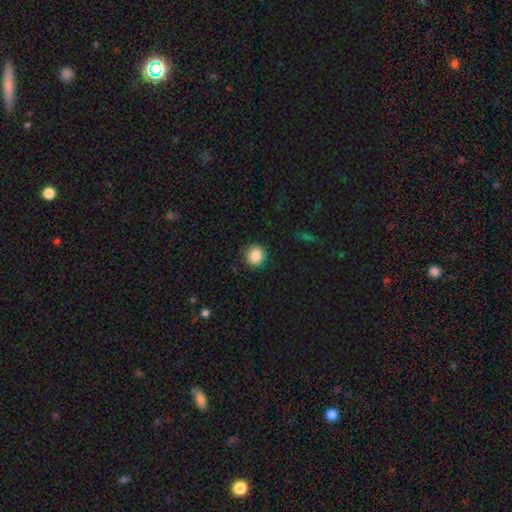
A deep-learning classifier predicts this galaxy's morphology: A smooth galaxy with no disk features (86%) that is round (92%).

Vote fractions:
- Smooth or featured? smooth: 86% / star or artifact: 9% / featured or disk: 5%
- How rounded? round: 92% / in between: 7% / cigar-shaped: 1%
- Merging? none: 89% / minor disturbance: 8% / major disturbance: 2% / merger: 1%